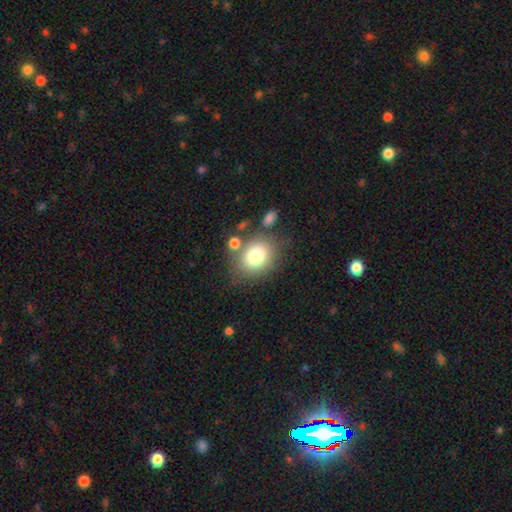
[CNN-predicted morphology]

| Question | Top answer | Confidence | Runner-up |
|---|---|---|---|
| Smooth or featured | smooth | 78% | featured or disk (12%) |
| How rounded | round | 57% | in between (42%) |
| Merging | none | 66% | minor disturbance (15%) |